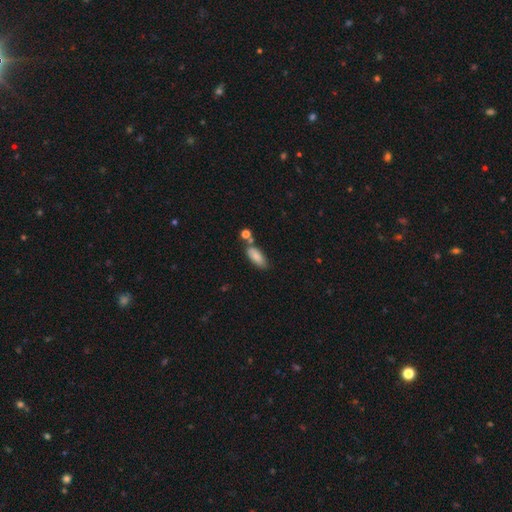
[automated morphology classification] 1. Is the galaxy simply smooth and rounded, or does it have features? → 83% smooth, 10% featured or disk, 7% star or artifact.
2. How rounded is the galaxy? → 77% in between, 20% cigar-shaped, 3% round.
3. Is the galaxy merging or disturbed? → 66% none, 16% minor disturbance, 14% merger, 4% major disturbance.